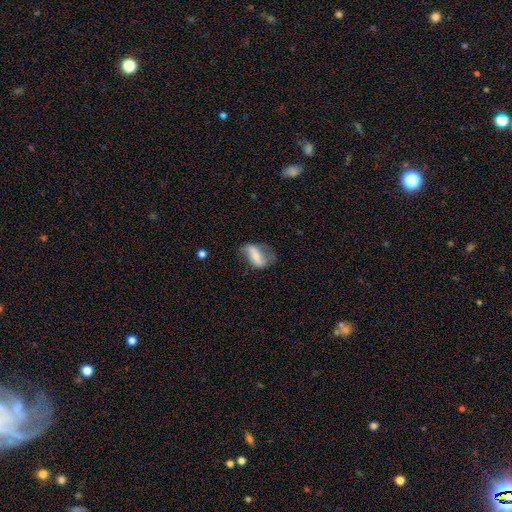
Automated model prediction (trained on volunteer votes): This appears to be a featured or disk galaxy (50%). Merging: none (46%).